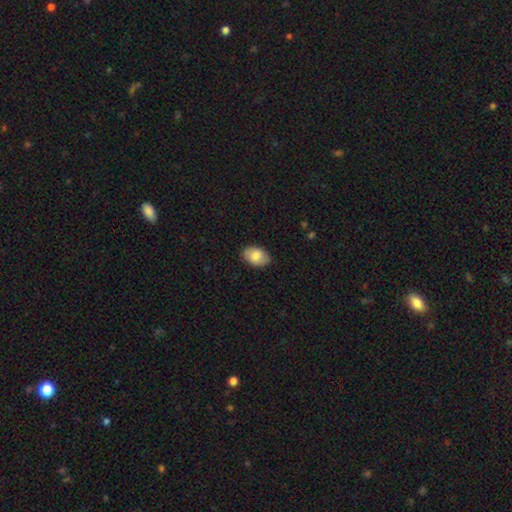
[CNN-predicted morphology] Smooth or featured? Predicted: smooth (p=0.82). How rounded? Predicted: in between (p=0.88). Merging? Predicted: none (p=0.85).